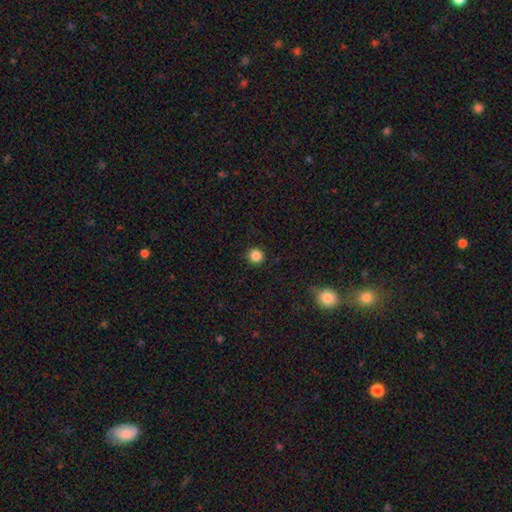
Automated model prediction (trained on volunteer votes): The model was most divided on "smooth or featured": smooth: 86%, star or artifact: 11%, featured or disk: 3%. More confident: how rounded — round (94%); merging — none (92%).